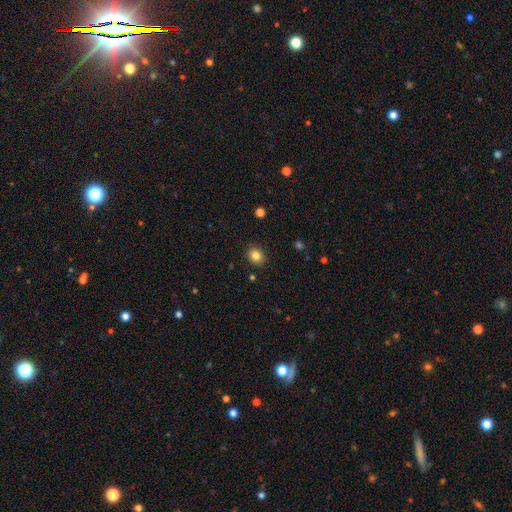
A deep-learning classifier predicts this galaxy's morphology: This appears to be a smooth galaxy with no disk features (84%) that is round (72%). Merging: none (89%).